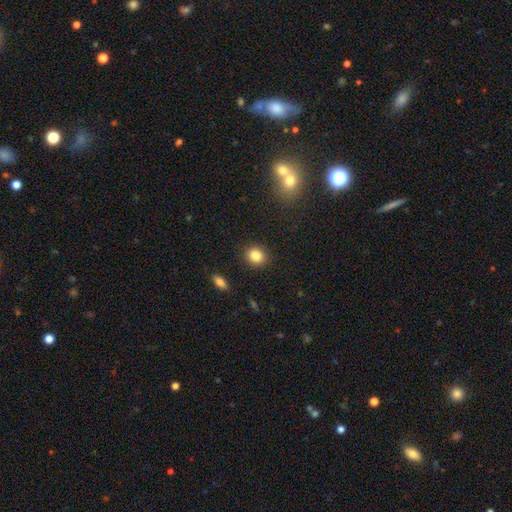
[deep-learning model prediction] A smooth galaxy with no disk features (84%) that is round (73%). Merging: none (90%).